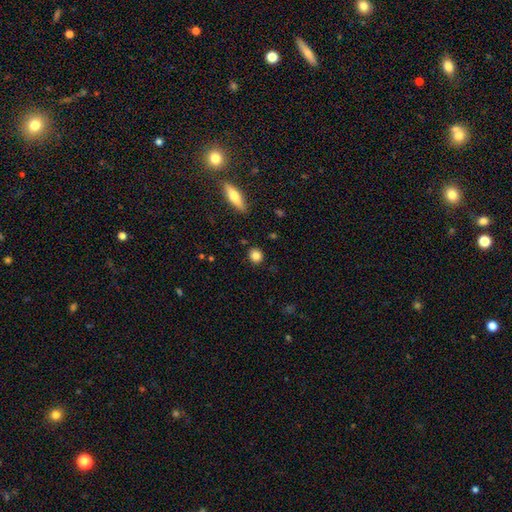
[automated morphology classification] A smooth galaxy with no disk features (85%) that is round (85%).

Vote fractions:
- Smooth or featured? smooth: 85% / star or artifact: 9% / featured or disk: 6%
- How rounded? round: 85% / in between: 13% / cigar-shaped: 2%
- Merging? none: 88% / minor disturbance: 8% / major disturbance: 2% / merger: 2%